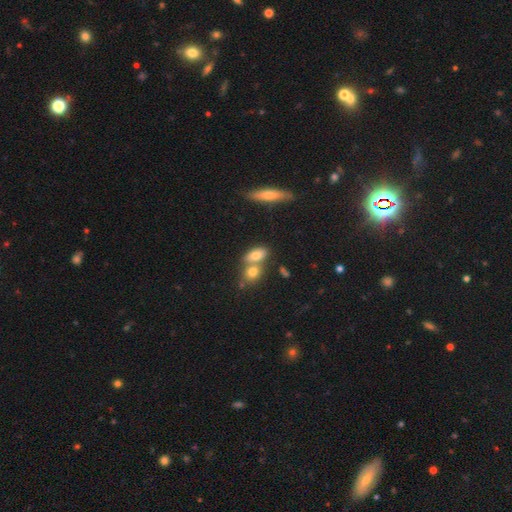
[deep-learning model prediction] Morphology: type=smooth (73%); roundness=in between (75%); merging=merger (46%).